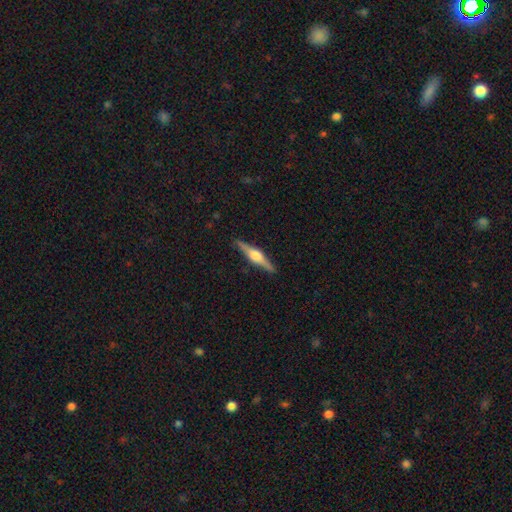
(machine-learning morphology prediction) type=featured or disk (79%); edge-on=yes (98%); edge-on bulge=rounded (90%); merging=none (91%).